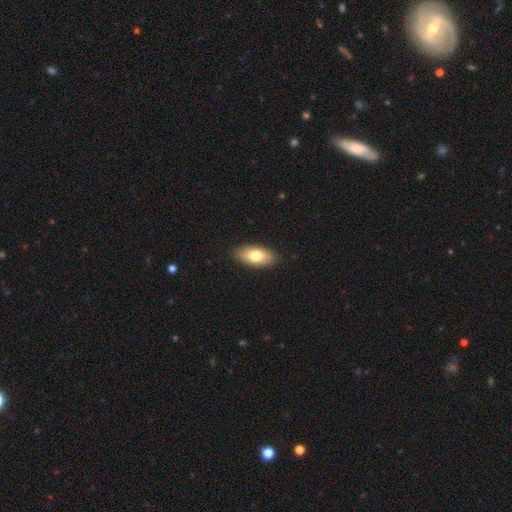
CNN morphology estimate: Smooth or featured: smooth — 75% (featured or disk — 19%)
How rounded: in between — 89% (cigar-shaped — 8%)
Merging: none — 89% (minor disturbance — 8%)